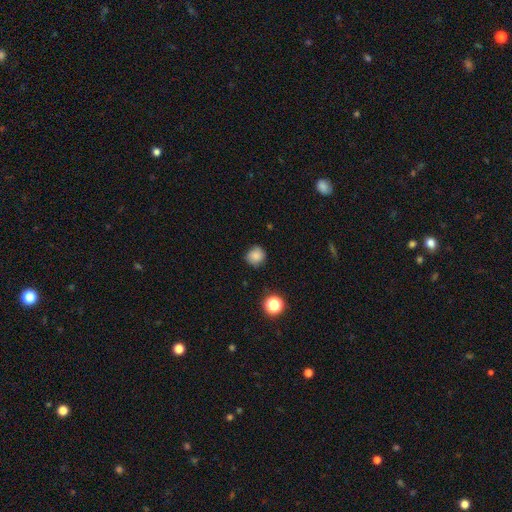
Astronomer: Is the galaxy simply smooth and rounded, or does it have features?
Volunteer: smooth — 77%.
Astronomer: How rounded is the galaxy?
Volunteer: round — 90%.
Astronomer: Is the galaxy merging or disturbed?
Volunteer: none — 66%.